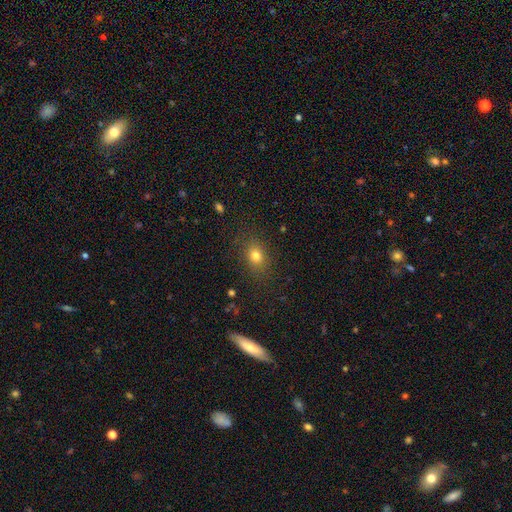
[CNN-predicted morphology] Overall: smooth (77%). How rounded: in between (53%; round 45%). Merging: none (84%).